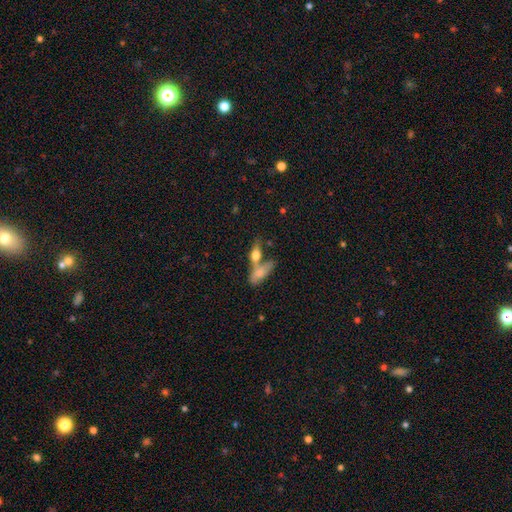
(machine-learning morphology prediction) Smooth or featured: smooth — 62% (featured or disk — 29%)
How rounded: in between — 61% (cigar-shaped — 32%)
Merging: merger — 47% (none — 38%)